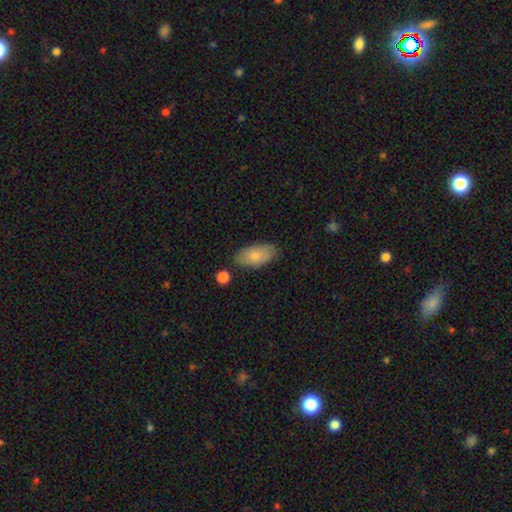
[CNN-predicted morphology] This is likely a smooth galaxy (80%). How rounded: clearly in between (92%). Merging: likely none (76%).